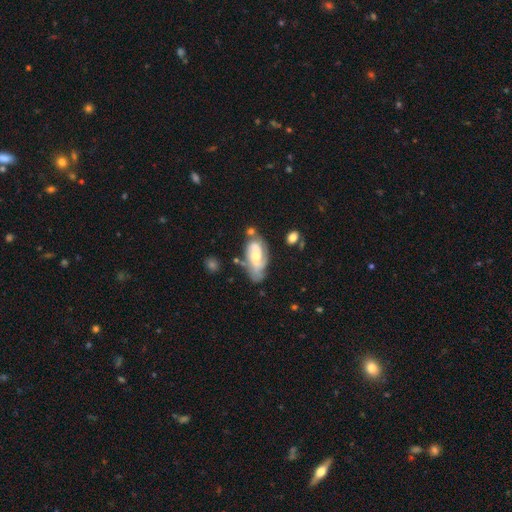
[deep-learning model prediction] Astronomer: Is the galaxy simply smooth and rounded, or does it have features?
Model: featured or disk — 70%.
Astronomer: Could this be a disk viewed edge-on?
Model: no — 93%.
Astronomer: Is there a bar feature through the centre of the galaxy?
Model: no — 56% (runner-up: weak, 34%).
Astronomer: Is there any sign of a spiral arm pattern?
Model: yes — 89%.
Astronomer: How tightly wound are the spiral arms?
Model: medium — 42% (runner-up: tight, 38%).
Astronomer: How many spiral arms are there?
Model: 2 — 56%.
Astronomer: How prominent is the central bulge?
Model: moderate — 58%.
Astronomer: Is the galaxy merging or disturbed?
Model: none — 51%.